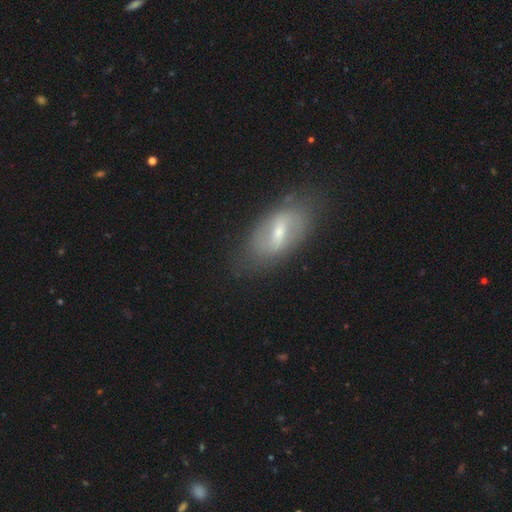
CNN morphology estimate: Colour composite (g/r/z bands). It shows a featured or disk galaxy (66%) with a weak bar (49%), spiral arms (64%) and a small central bulge (46%). Merging: none (80%).